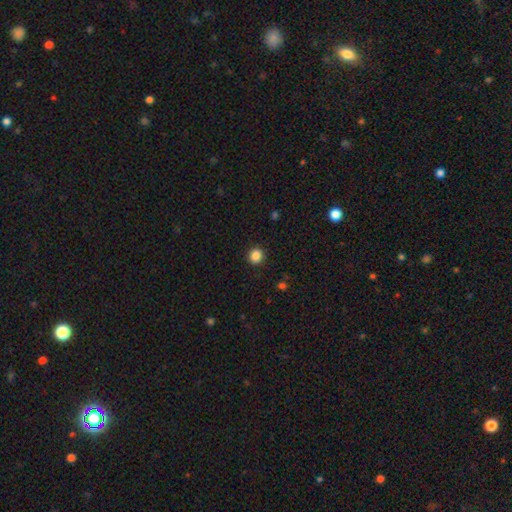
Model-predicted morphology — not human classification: type=smooth (86%); roundness=round (90%); merging=none (92%).